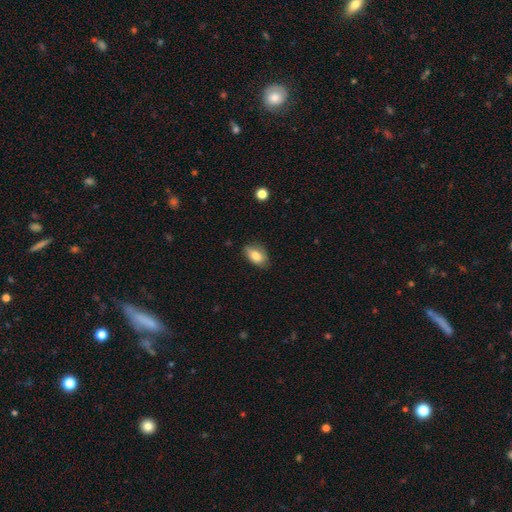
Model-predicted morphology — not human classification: This is likely a smooth galaxy (79%). How rounded: clearly in between (90%). Merging: likely none (75%).